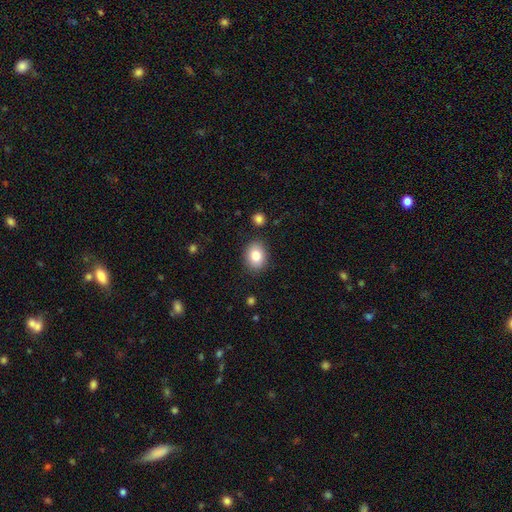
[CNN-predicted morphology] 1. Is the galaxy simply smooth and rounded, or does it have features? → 83% smooth, 9% featured or disk, 8% star or artifact.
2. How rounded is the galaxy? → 58% in between, 41% round, 1% cigar-shaped.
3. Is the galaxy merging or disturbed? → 86% none, 9% minor disturbance, 2% major disturbance, 2% merger.